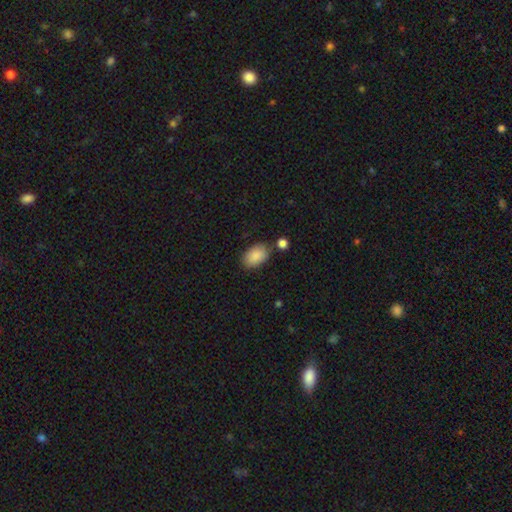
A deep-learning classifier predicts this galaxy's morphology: Smooth or featured?
  - smooth: 89% *
  - star or artifact: 6%
  - featured or disk: 5%
How rounded?
  - in between: 91% *
  - round: 7%
  - cigar-shaped: 1%
Merging?
  - none: 75% *
  - minor disturbance: 14%
  - merger: 7%
  - major disturbance: 4%